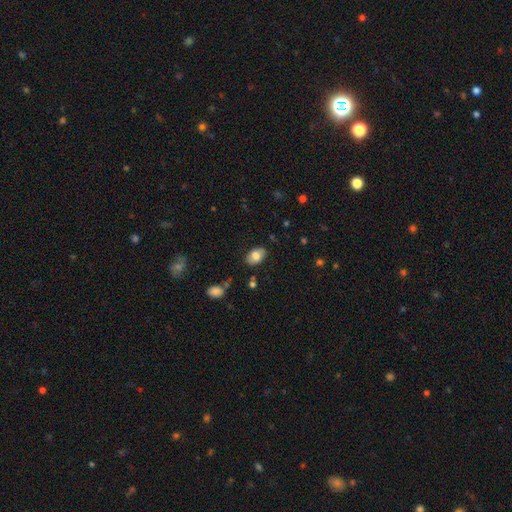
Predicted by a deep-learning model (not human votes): smooth-or-featured: smooth: 76% | featured or disk: 17% | star or artifact: 8%
  how-rounded: in between: 88% | round: 11% | cigar-shaped: 1%
  merging: none: 81% | minor disturbance: 14% | major disturbance: 3% | merger: 2%